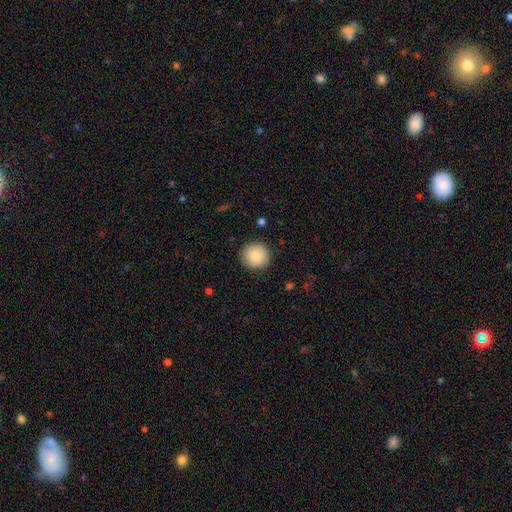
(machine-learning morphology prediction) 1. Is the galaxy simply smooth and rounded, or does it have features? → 83% smooth, 9% featured or disk, 7% star or artifact.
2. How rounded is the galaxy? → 94% round, 5% in between, 1% cigar-shaped.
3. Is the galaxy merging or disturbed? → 89% none, 8% minor disturbance, 2% major disturbance, 1% merger.